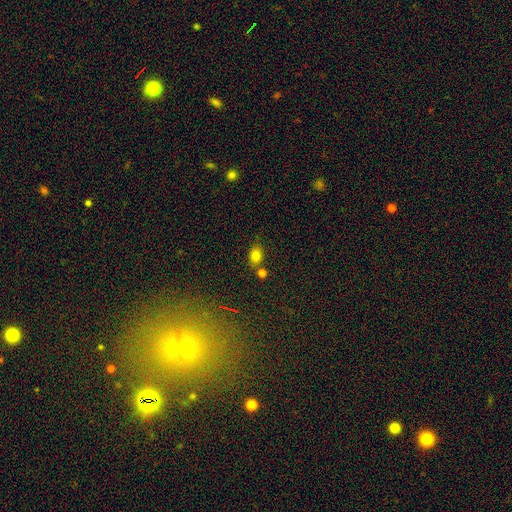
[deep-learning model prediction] Smooth or featured: smooth — 78% (star or artifact — 14%)
How rounded: in between — 67% (round — 31%)
Merging: none — 69% (minor disturbance — 15%)